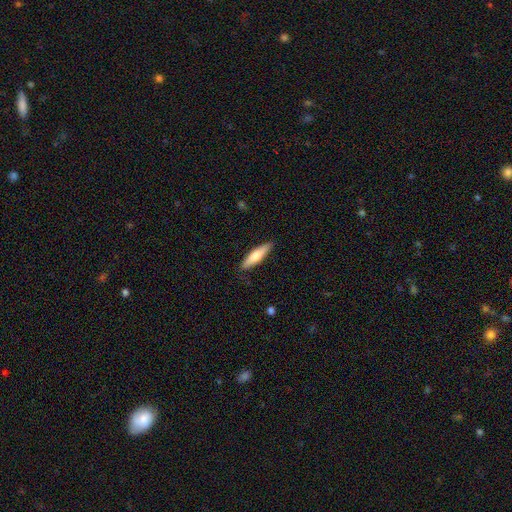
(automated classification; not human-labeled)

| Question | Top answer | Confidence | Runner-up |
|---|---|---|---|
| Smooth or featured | smooth | 68% | featured or disk (27%) |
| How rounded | cigar-shaped | 72% | in between (27%) |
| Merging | none | 88% | minor disturbance (9%) |